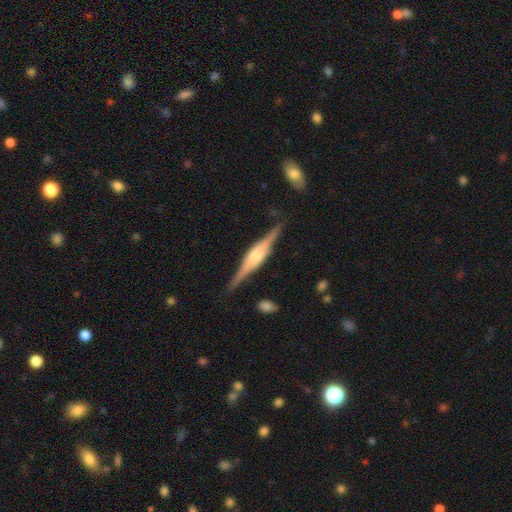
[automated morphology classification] smooth_or_featured: featured or disk (p=0.83) [alt: smooth p=0.12]
disk_edge_on: yes (p=0.98) [alt: no p=0.02]
edge_on_bulge: rounded (p=0.70) [alt: boxy p=0.26]
merging: none (p=0.86) [alt: minor disturbance p=0.10]